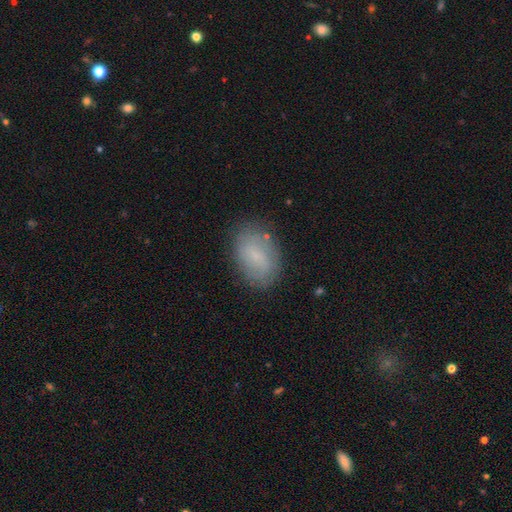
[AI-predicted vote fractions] Smooth or featured? smooth (66%)
How rounded? in between (89%)
Merging? none (78%)